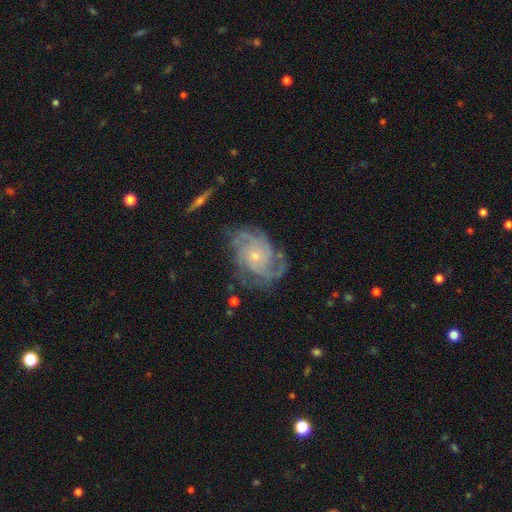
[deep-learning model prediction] smooth_or_featured: featured or disk (p=0.86) [alt: smooth p=0.08]
disk_edge_on: no (p=0.97) [alt: yes p=0.03]
bar: no (p=0.78) [alt: weak p=0.19]
has_spiral_arms: yes (p=0.95) [alt: no p=0.05]
spiral_winding: tight (p=0.49) [alt: medium p=0.39]
spiral_arm_count: 3 (p=0.27) [alt: can't tell p=0.24]
bulge_size: small (p=0.75) [alt: moderate p=0.21]
merging: none (p=0.64) [alt: minor disturbance p=0.21]